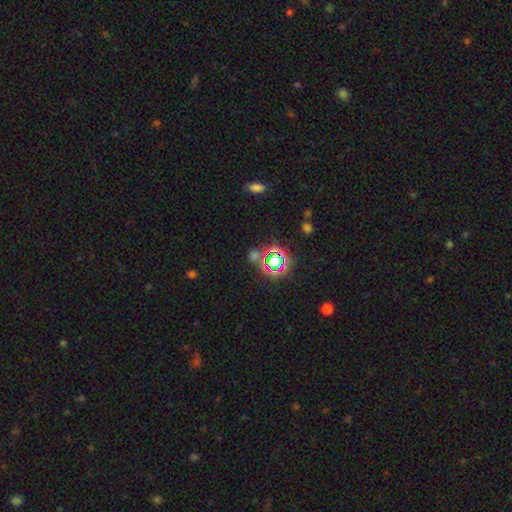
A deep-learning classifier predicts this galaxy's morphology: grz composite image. It shows a star or artifact, not a galaxy (69%).